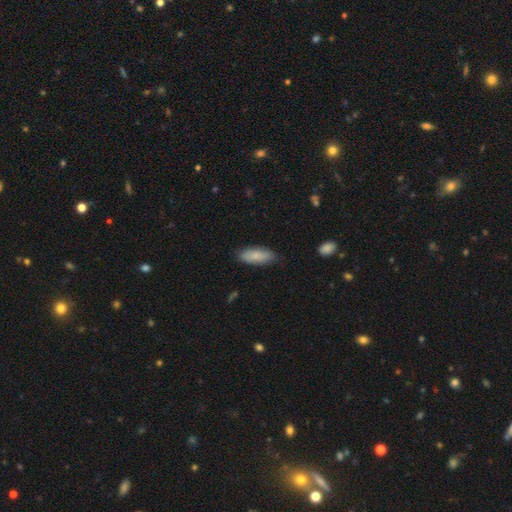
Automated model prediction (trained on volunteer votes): Overall: smooth (81%). How rounded: in between (72%). Merging: none (80%).